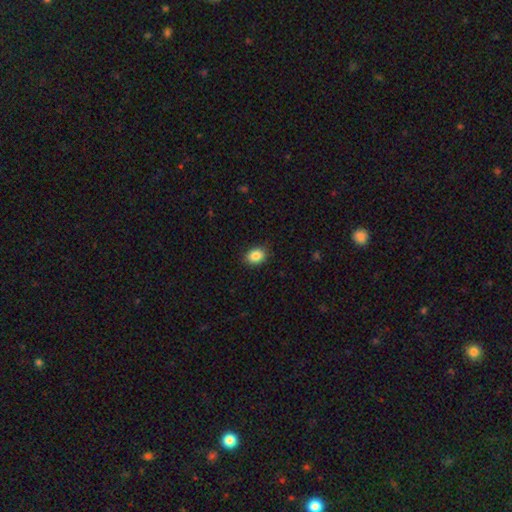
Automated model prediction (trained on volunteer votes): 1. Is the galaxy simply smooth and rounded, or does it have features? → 87% smooth, 9% star or artifact, 5% featured or disk.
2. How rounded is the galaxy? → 65% in between, 34% round, 1% cigar-shaped.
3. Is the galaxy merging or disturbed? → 88% none, 9% minor disturbance, 2% major disturbance, 1% merger.